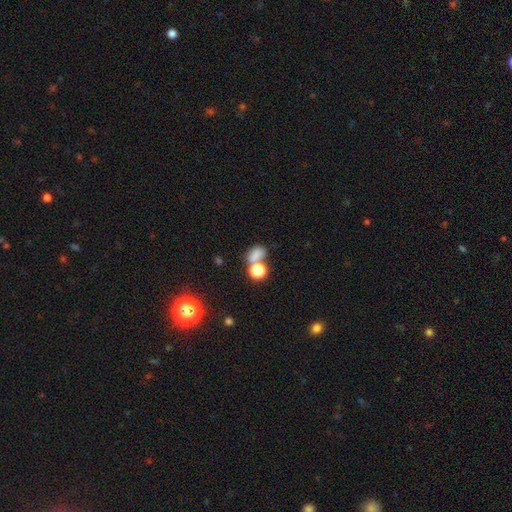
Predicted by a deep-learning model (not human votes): smooth_or_featured: smooth (p=0.74) [alt: star or artifact p=0.17]
how_rounded: in between (p=0.65) [alt: round p=0.33]
merging: merger (p=0.41) [alt: none p=0.39]